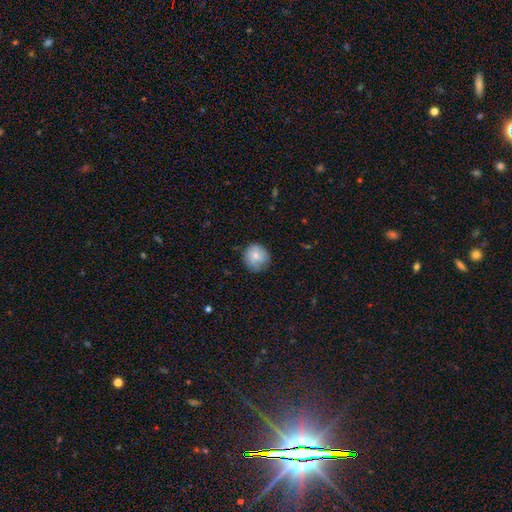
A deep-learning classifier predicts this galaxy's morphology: Q: Smooth or featured?
A: smooth (74%); runner-up: featured or disk (18%)
Q: How rounded?
A: round (88%); runner-up: in between (11%)
Q: Merging?
A: none (73%); runner-up: minor disturbance (21%)